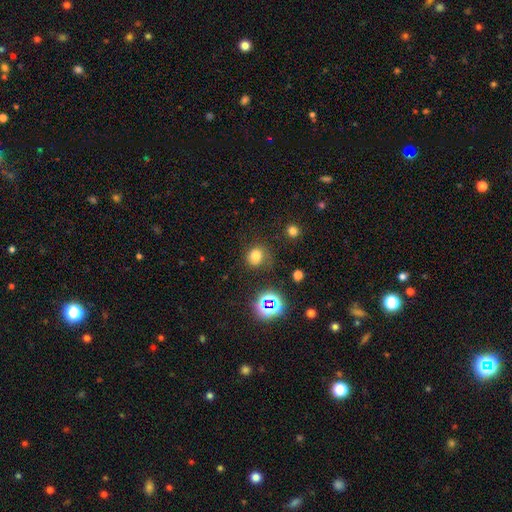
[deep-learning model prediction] The model was most divided on "smooth or featured": smooth: 71%, star or artifact: 21%, featured or disk: 8%. More confident: how rounded — round (77%); merging — none (70%).